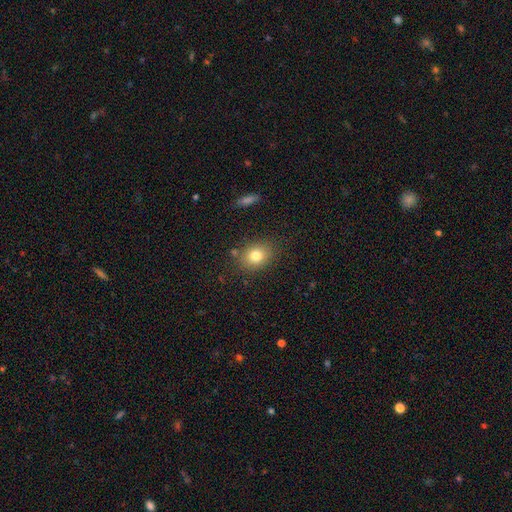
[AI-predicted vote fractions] Smooth or featured?
  - smooth: 79% *
  - star or artifact: 11%
  - featured or disk: 11%
How rounded?
  - in between: 56% *
  - round: 43%
  - cigar-shaped: 1%
Merging?
  - none: 81% *
  - minor disturbance: 12%
  - major disturbance: 4%
  - merger: 4%